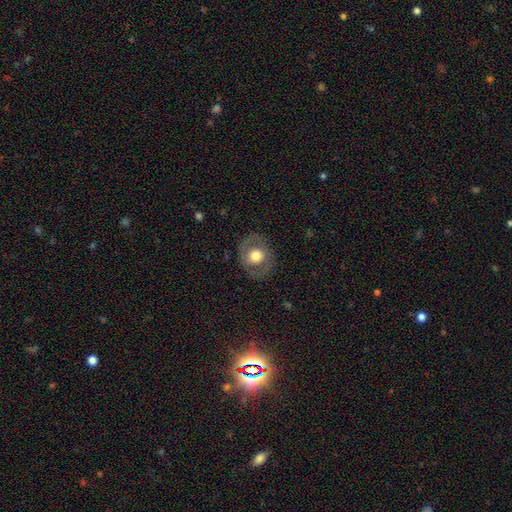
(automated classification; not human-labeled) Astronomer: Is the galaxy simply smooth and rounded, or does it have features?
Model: smooth — 55% (runner-up: featured or disk, 38%).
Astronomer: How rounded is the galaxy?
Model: round — 72%.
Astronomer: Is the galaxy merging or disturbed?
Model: none — 81%.